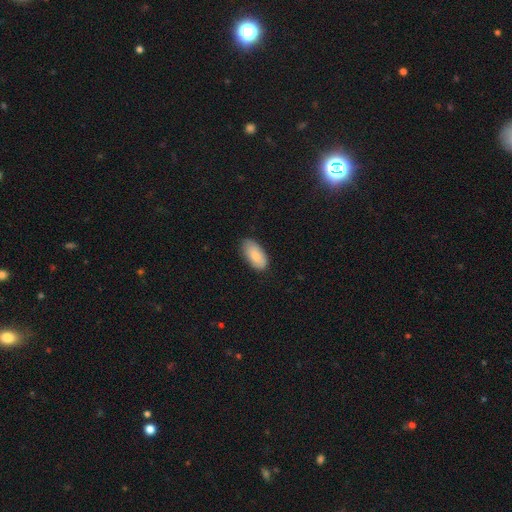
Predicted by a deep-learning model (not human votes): This is clearly a smooth galaxy (82%). How rounded: clearly in between (94%). Merging: clearly none (81%).